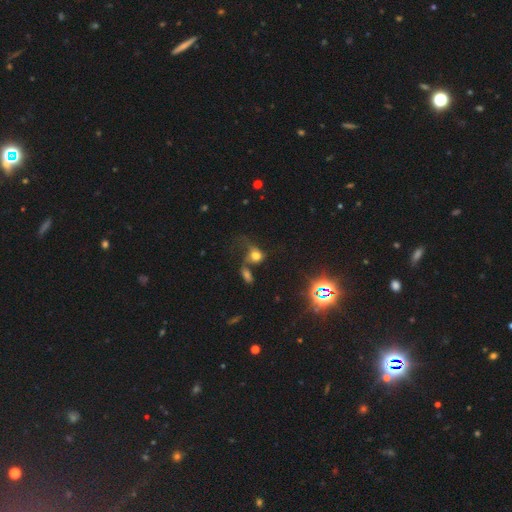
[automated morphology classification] smooth 59%, featured or disk 21%, star or artifact 20%. Down the decision tree: how rounded — round (54%); merging — merger (38%).